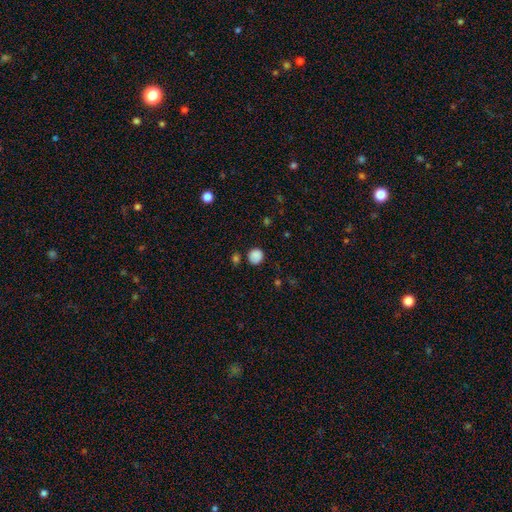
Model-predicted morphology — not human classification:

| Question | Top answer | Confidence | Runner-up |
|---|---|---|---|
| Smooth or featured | smooth | 85% | star or artifact (11%) |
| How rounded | round | 85% | in between (14%) |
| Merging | none | 80% | minor disturbance (13%) |